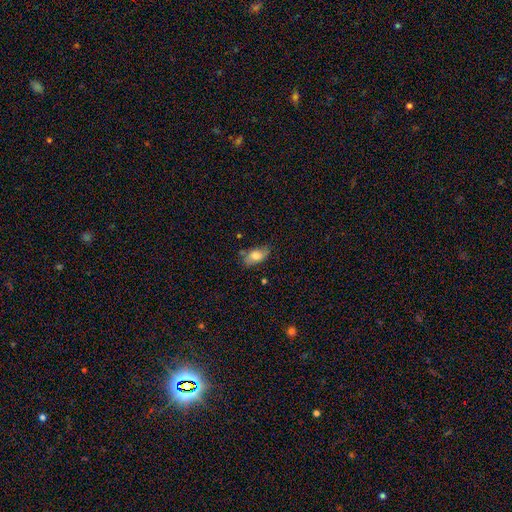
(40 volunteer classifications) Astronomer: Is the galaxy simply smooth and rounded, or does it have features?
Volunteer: smooth — 72%.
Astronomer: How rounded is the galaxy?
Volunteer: in between — 97%.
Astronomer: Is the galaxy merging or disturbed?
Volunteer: none — 50% (runner-up: minor disturbance, 32%).